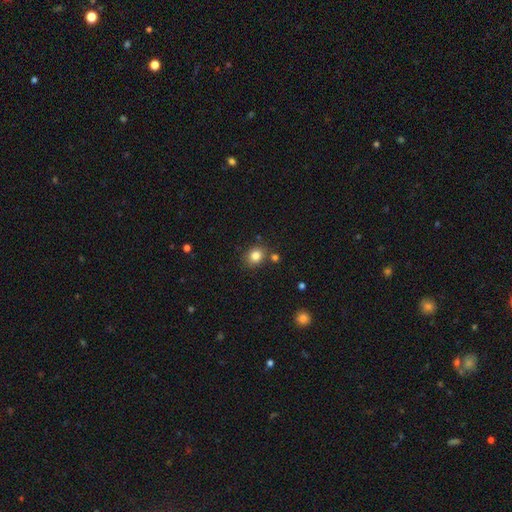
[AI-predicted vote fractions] A smooth galaxy with no disk features (83%) that is round (65%). Merging: none (78%).